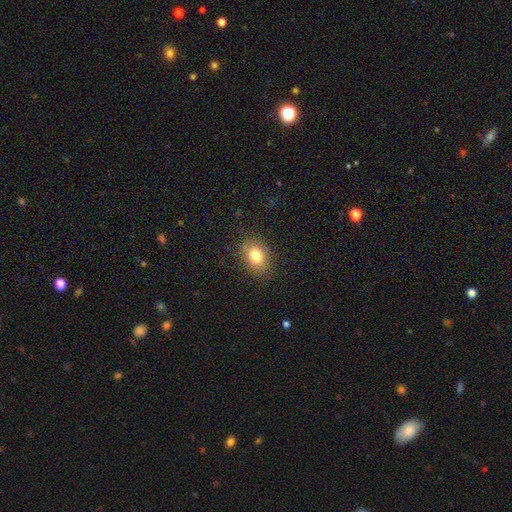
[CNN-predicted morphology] The model was most divided on "how rounded": in between: 70%, round: 29%, cigar-shaped: 1%. More confident: merging — none (83%); smooth or featured — smooth (78%).